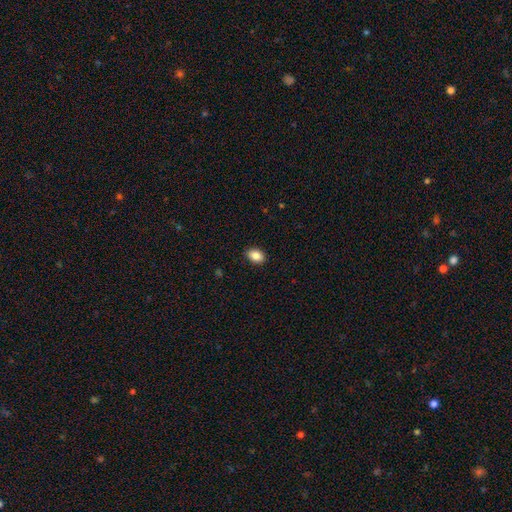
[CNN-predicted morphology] Overall: smooth (87%). How rounded: in between (78%). Merging: none (90%).